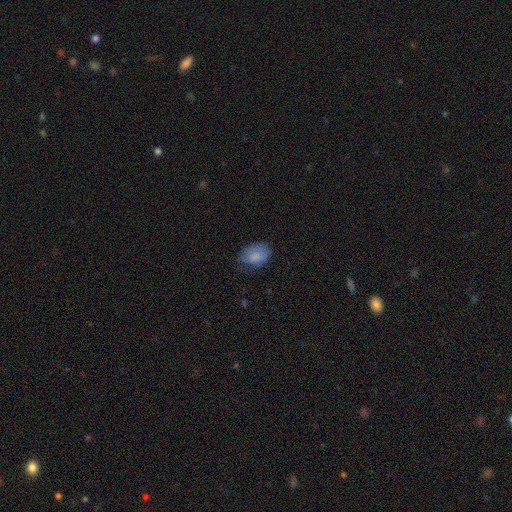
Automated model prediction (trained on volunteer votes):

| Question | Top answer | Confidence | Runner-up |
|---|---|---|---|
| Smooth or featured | smooth | 82% | featured or disk (10%) |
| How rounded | in between | 81% | round (17%) |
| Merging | none | 58% | minor disturbance (31%) |